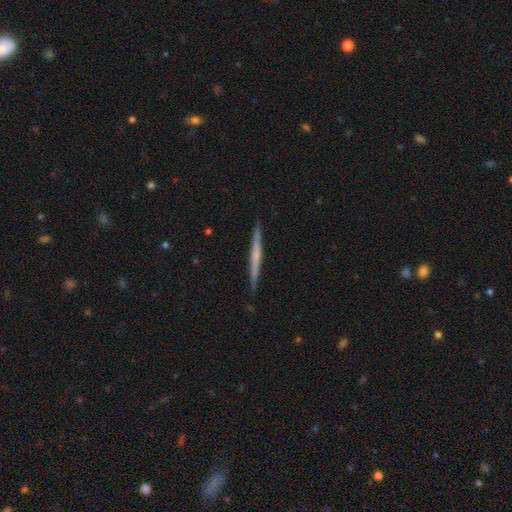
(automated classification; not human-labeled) A featured or disk galaxy (60%) viewed edge-on (98%) with no central bulge (65%). Merging: none (91%).